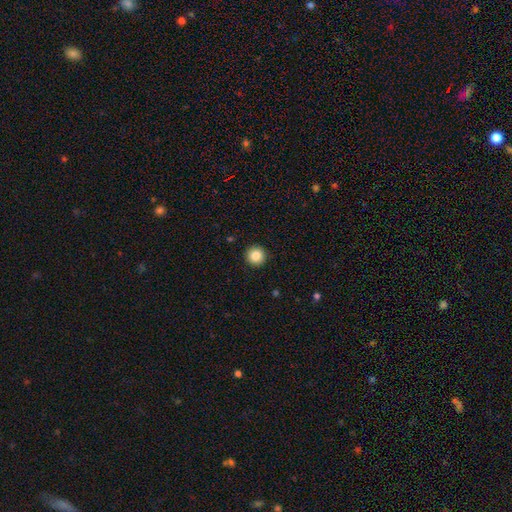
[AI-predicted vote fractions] Smooth or featured: smooth — 85% (star or artifact — 9%)
How rounded: round — 96% (in between — 3%)
Merging: none — 93% (minor disturbance — 5%)